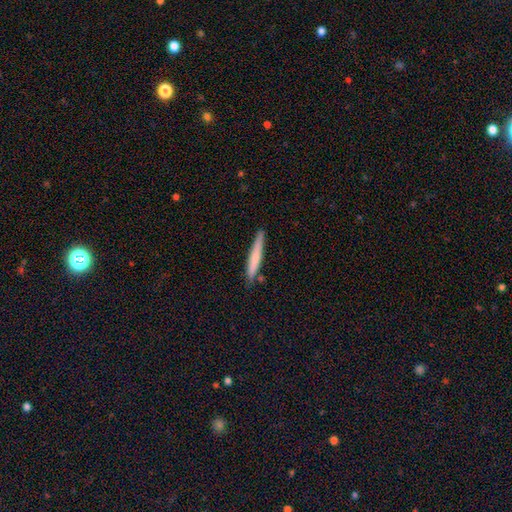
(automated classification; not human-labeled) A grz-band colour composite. It shows a smooth galaxy with no disk features (55%) that is cigar-shaped (95%). Merging: none (87%).